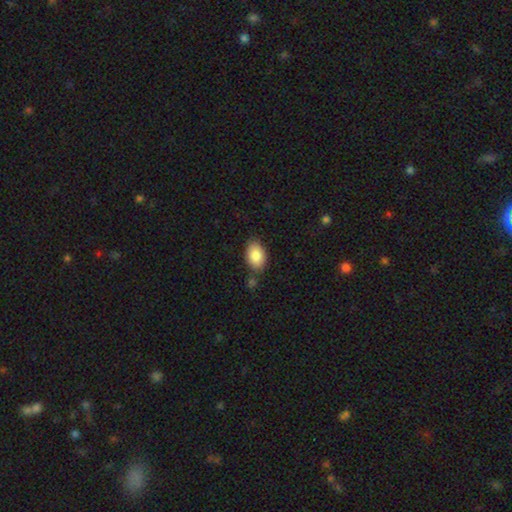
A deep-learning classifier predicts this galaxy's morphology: type=smooth (87%); roundness=in between (89%); merging=none (74%).